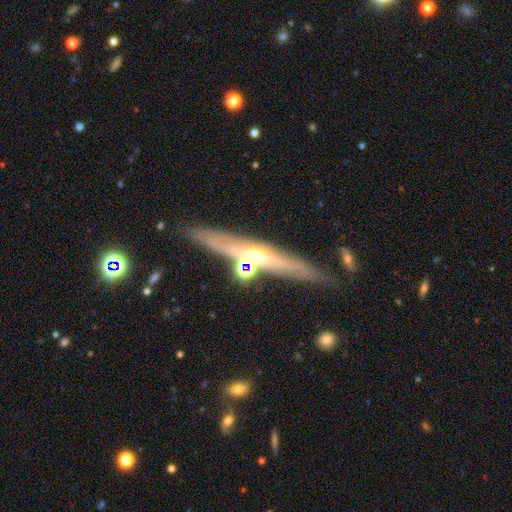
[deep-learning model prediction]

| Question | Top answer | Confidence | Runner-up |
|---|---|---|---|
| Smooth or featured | featured or disk | 68% | smooth (21%) |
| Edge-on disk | yes | 87% | no (13%) |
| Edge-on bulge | rounded | 78% | none (17%) |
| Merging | none | 80% | minor disturbance (10%) |